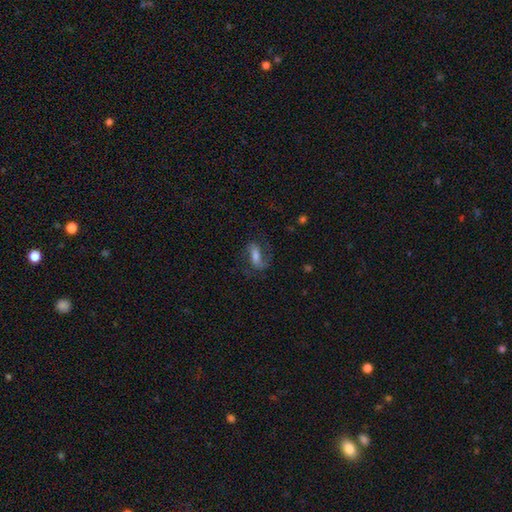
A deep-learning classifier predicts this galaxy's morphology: A featured or disk galaxy (57%) with a strong bar (39%), spiral arms (89%) and a moderate central bulge (41%). Merging: none (63%).